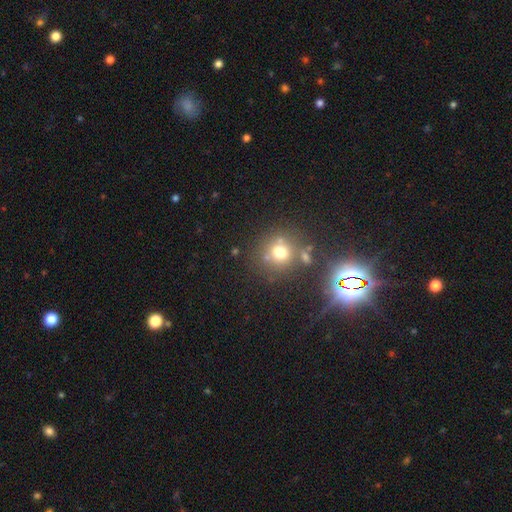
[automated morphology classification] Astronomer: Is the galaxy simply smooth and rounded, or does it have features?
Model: star or artifact — 51% (runner-up: smooth, 40%).